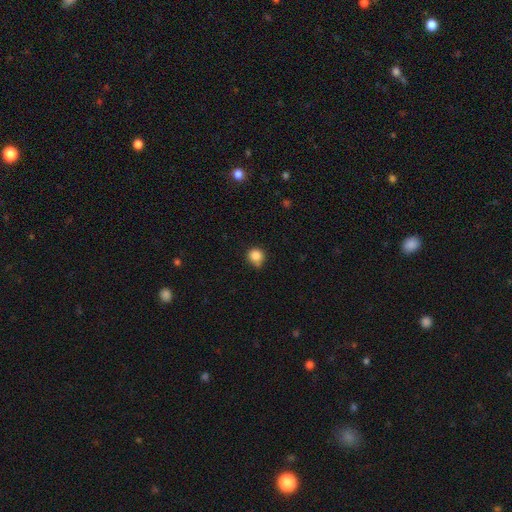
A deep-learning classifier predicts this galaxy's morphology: Smooth or featured? smooth (85%)
How rounded? round (90%)
Merging? none (66%)